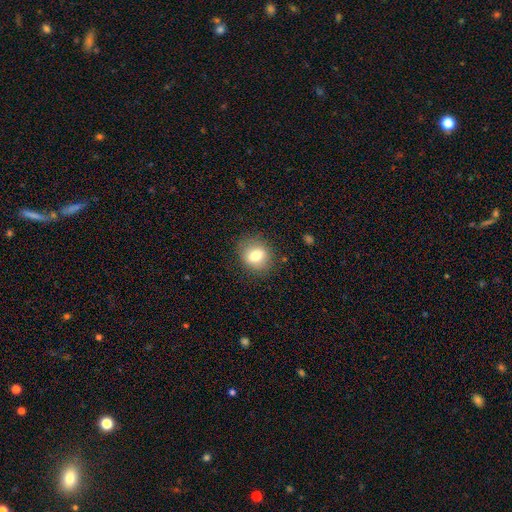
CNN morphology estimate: The model was most divided on "how rounded": round: 64%, in between: 34%, cigar-shaped: 1%. More confident: merging — none (84%); smooth or featured — smooth (75%).